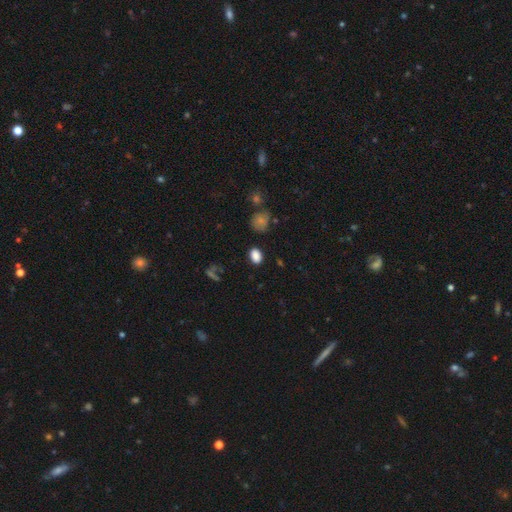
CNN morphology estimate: This appears to be a smooth galaxy with no disk features (85%) that is in between round and cigar-shaped (85%). Merging: none (84%).